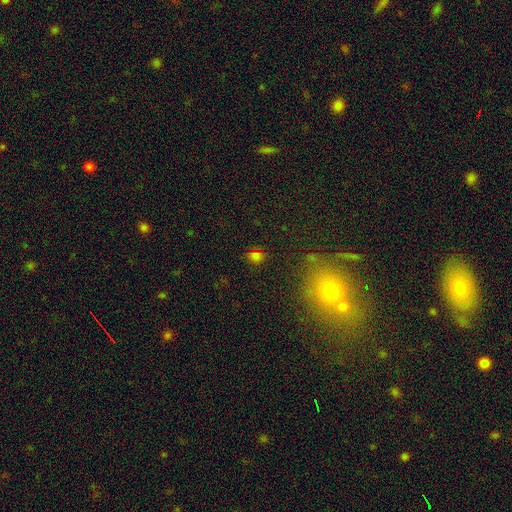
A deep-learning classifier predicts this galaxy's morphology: smooth_or_featured: smooth (p=0.66) [alt: star or artifact p=0.27]
how_rounded: round (p=0.64) [alt: in between p=0.34]
merging: none (p=0.79) [alt: minor disturbance p=0.13]